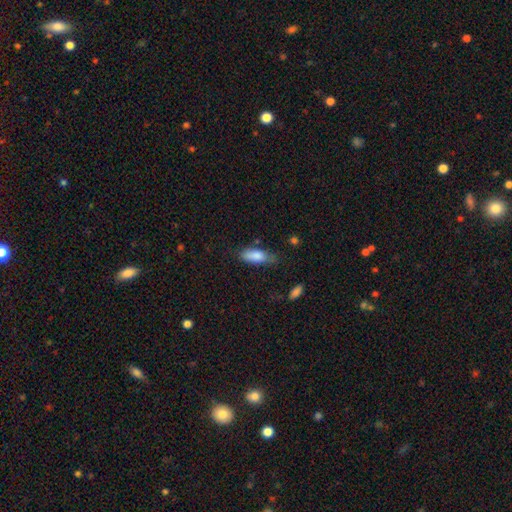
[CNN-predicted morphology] This is clearly a smooth galaxy (83%). How rounded: likely in between (71%). Merging: likely none (60%).